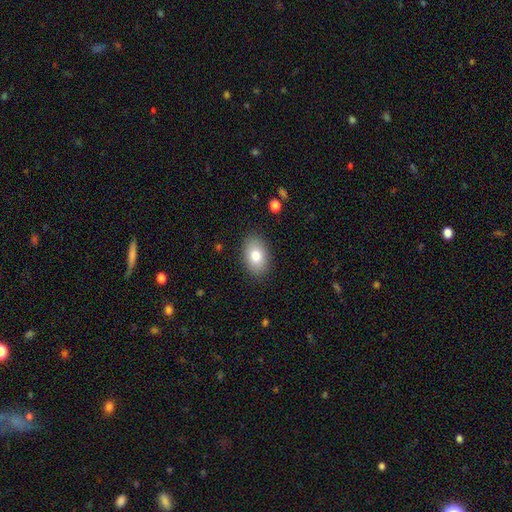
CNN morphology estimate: A smooth galaxy with no disk features (79%) that is in between round and cigar-shaped (86%). Merging: none (87%).